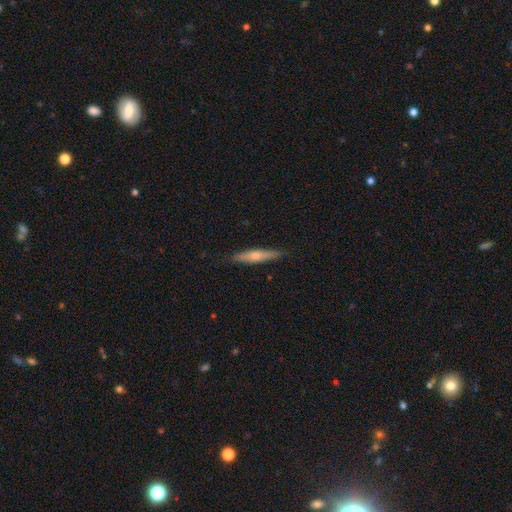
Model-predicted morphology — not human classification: Overall: smooth (53%; featured or disk 42%). How rounded: cigar-shaped (86%). Merging: none (88%).